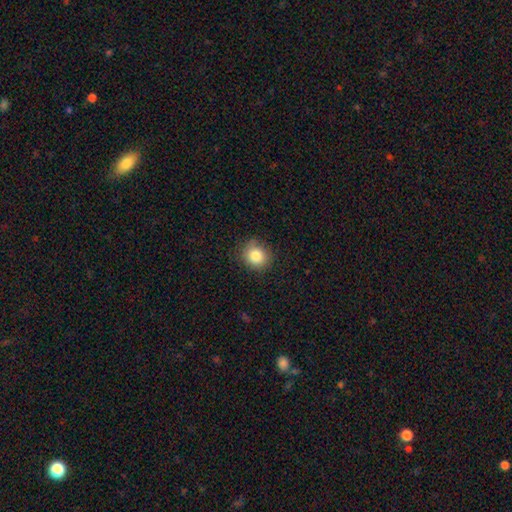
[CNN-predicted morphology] This is clearly a smooth galaxy (83%). How rounded: clearly round (80%). Merging: clearly none (83%).